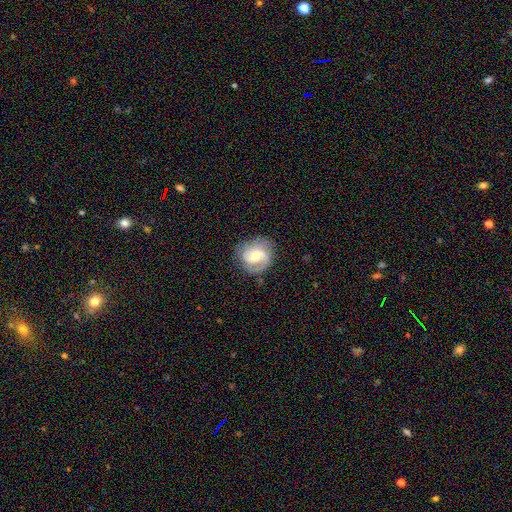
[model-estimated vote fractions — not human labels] The model was most divided on "bar": weak: 48%, no: 38%, strong: 14%. Remaining: edge-on disk — no (98%); spiral arms — yes (94%); smooth or featured — featured or disk (75%); merging — none (74%); spiral arm count — 2 (66%); bulge size — moderate (52%); spiral winding — medium (47%).